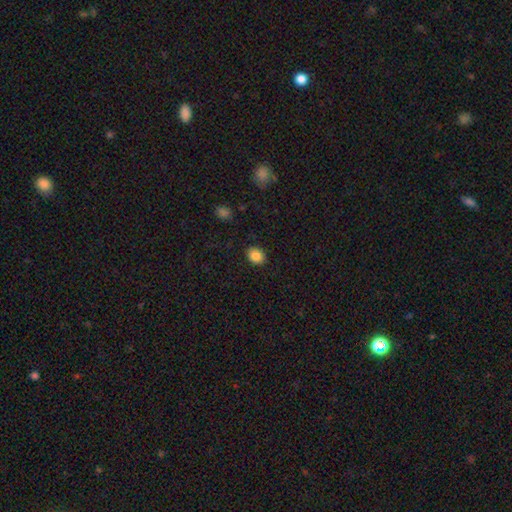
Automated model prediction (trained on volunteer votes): The model was most divided on "how rounded": round: 51%, in between: 48%, cigar-shaped: 1%. More confident: merging — none (89%); smooth or featured — smooth (86%).